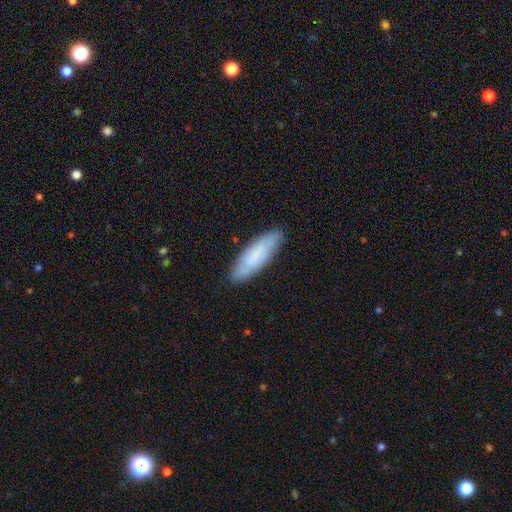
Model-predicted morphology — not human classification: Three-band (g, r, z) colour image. It shows a smooth galaxy with no disk features (72%) that is cigar-shaped (55%). Merging: none (85%).